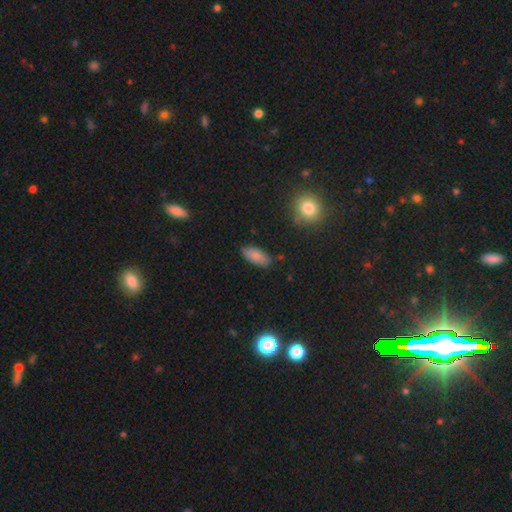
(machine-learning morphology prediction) A smooth galaxy with no disk features (84%) that is in between round and cigar-shaped (85%). Merging: none (83%).